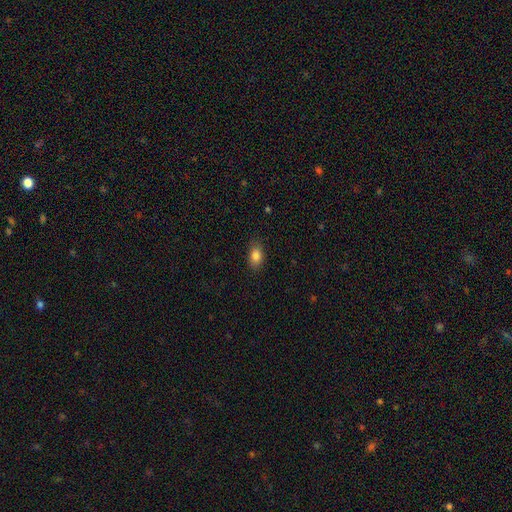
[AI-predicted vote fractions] Morphology: type=smooth (85%); roundness=in between (87%); merging=none (83%).